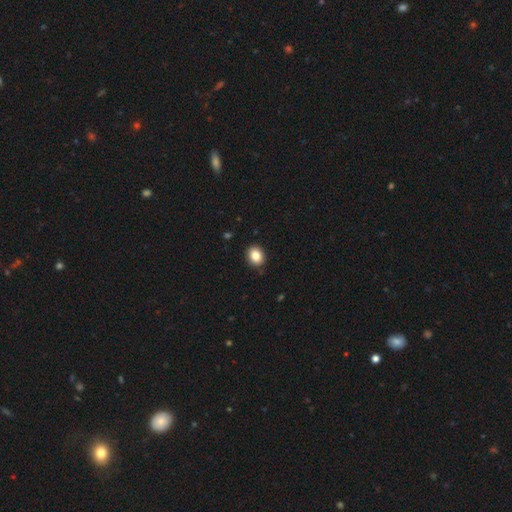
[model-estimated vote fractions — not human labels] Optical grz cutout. It shows a smooth galaxy with no disk features (84%) that is in between round and cigar-shaped (52%). Merging: none (89%).